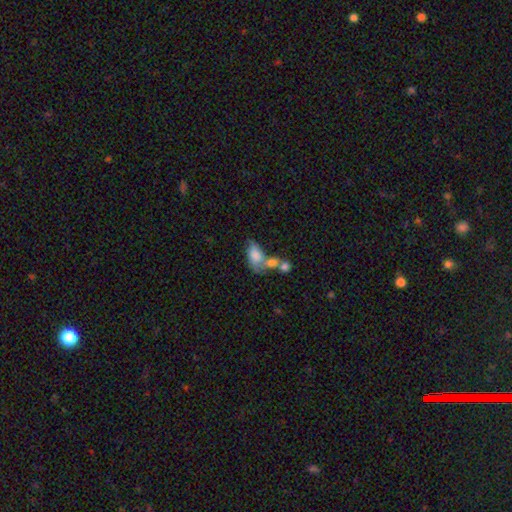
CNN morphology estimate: This is likely a smooth galaxy (74%). How rounded: clearly in between (89%). Merging: possibly merger (50%).